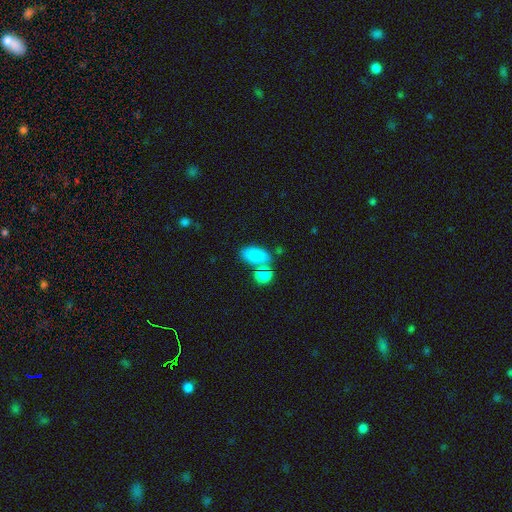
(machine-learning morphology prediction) A smooth galaxy with no disk features (83%) that is in between round and cigar-shaped (89%). Merging: none (60%).